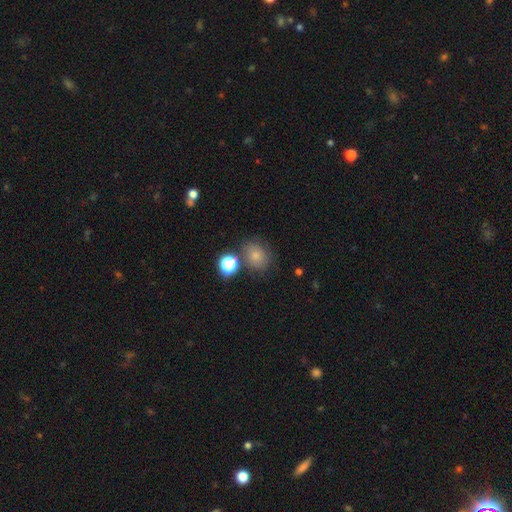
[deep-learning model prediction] A smooth galaxy with no disk features (74%) that is round (62%).

Vote fractions:
- Smooth or featured? smooth: 74% / star or artifact: 16% / featured or disk: 9%
- How rounded? round: 62% / in between: 37% / cigar-shaped: 1%
- Merging? none: 69% / minor disturbance: 15% / merger: 11% / major disturbance: 6%